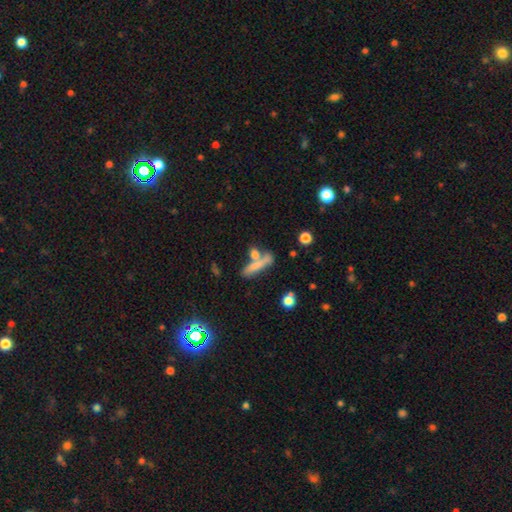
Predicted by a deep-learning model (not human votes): This appears to be a smooth galaxy with no disk features (56%) that is cigar-shaped (70%). Merging: none (50%).